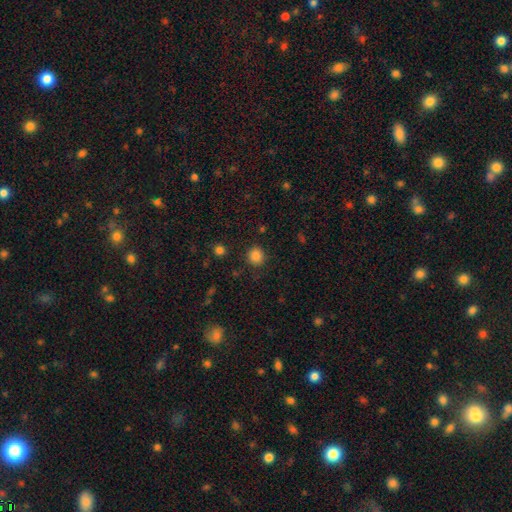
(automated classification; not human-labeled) smooth 85%, star or artifact 12%, featured or disk 4%. Down the decision tree: how rounded — round (89%); merging — none (88%).